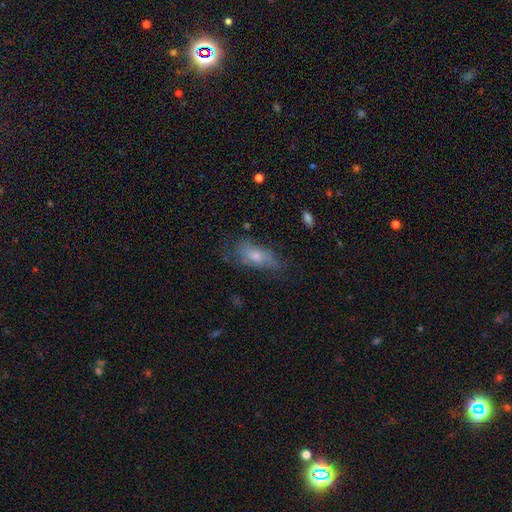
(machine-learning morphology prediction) This appears to be a smooth galaxy with no disk features (53%) that is in between round and cigar-shaped (79%). Merging: none (48%).